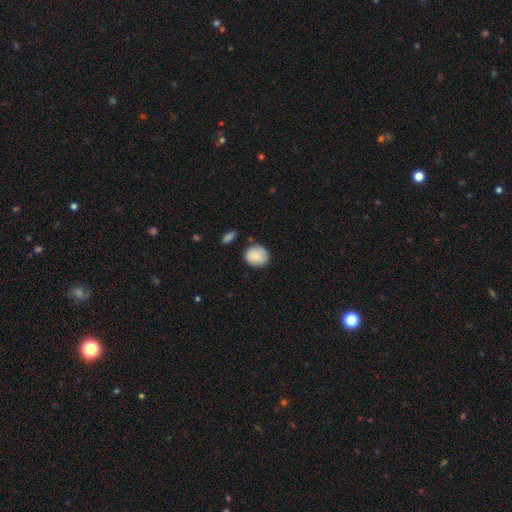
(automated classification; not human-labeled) Smooth or featured: smooth — 81% (featured or disk — 12%)
How rounded: round — 74% (in between — 25%)
Merging: none — 77% (minor disturbance — 16%)